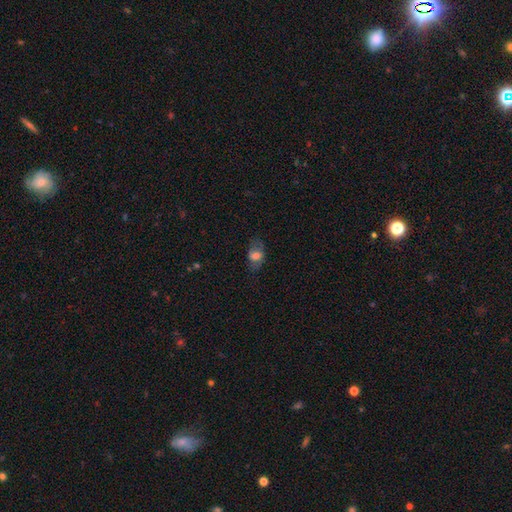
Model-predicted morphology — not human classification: The model was most divided on "smooth or featured": smooth: 61%, featured or disk: 29%, star or artifact: 10%. More confident: how rounded — in between (83%); merging — none (68%).